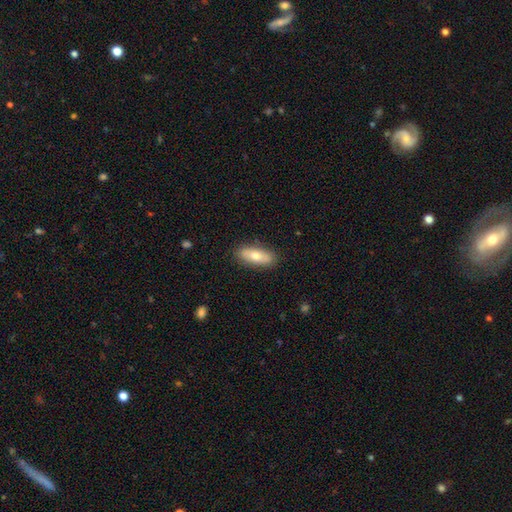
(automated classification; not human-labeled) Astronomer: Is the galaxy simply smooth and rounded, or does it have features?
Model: smooth — 64%.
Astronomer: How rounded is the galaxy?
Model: in between — 68%.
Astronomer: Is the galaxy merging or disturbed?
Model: none — 88%.